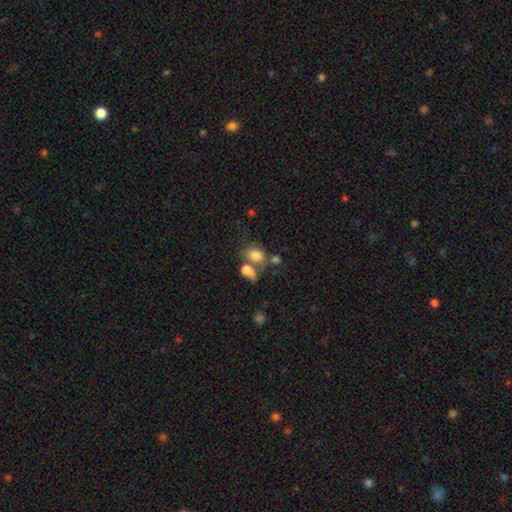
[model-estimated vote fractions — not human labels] Overall: smooth (78%). How rounded: in between (69%; round 29%). Merging: none (39%, tied with merger).